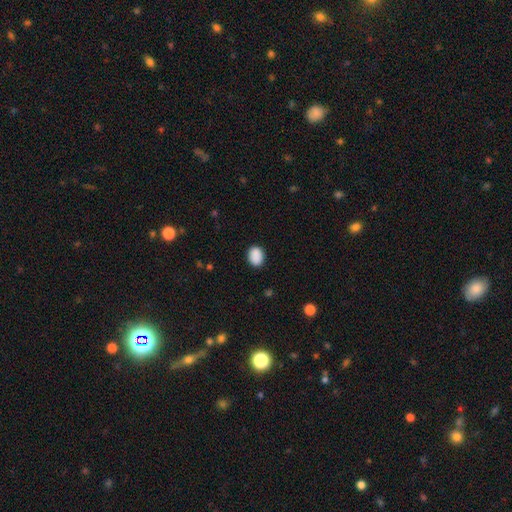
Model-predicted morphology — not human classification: Q: Smooth or featured?
A: smooth (89%); runner-up: star or artifact (8%)
Q: How rounded?
A: in between (63%); runner-up: round (36%)
Q: Merging?
A: none (86%); runner-up: minor disturbance (10%)